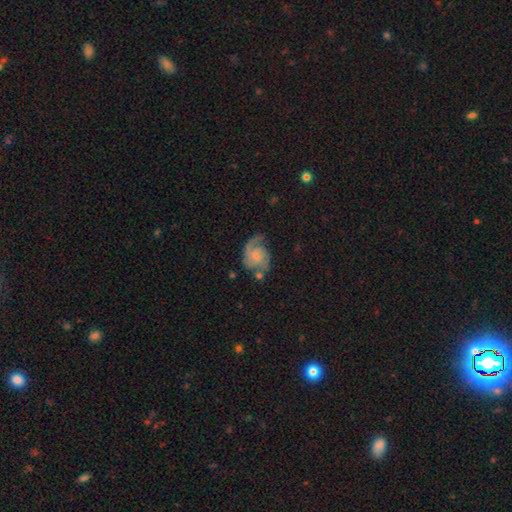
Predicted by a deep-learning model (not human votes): Q: Smooth or featured?
A: featured or disk (77%); runner-up: smooth (16%)
Q: Edge-on disk?
A: no (98%); runner-up: yes (2%)
Q: Bar?
A: no (66%); runner-up: weak (30%)
Q: Spiral arms?
A: yes (94%); runner-up: no (6%)
Q: Spiral winding?
A: medium (47%); runner-up: tight (29%)
Q: Spiral arm count?
A: 2 (68%); runner-up: 1 (13%)
Q: Bulge size?
A: small (47%); runner-up: moderate (25%)
Q: Merging?
A: none (53%); runner-up: minor disturbance (25%)